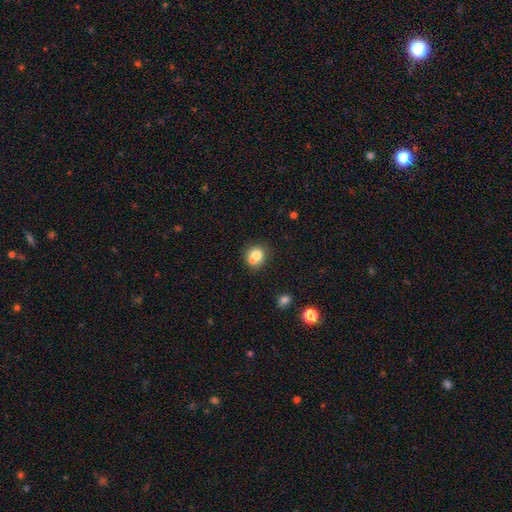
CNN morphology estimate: This appears to be a smooth galaxy with no disk features (76%) that is round (81%). Merging: none (52%).